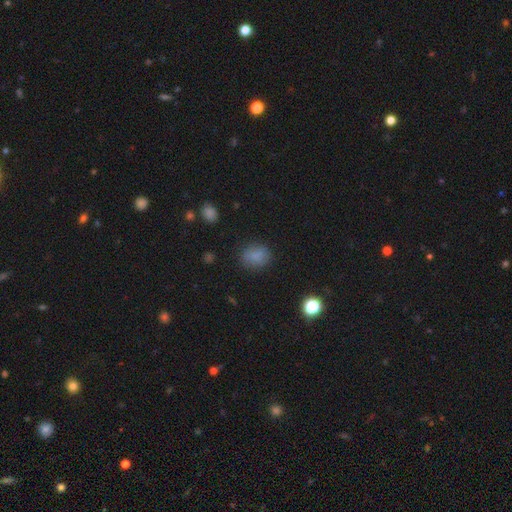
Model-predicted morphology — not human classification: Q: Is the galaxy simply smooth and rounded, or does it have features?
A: smooth — 80%.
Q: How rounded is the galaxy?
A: in between — 50%.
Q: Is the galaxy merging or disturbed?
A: none — 79%.